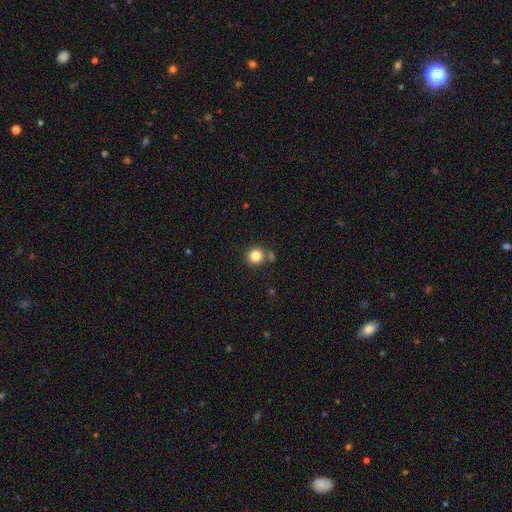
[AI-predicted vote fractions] The model was most divided on "merging": none: 76%, merger: 12%, minor disturbance: 9%, major disturbance: 3%. More confident: how rounded — round (92%); smooth or featured — smooth (84%).